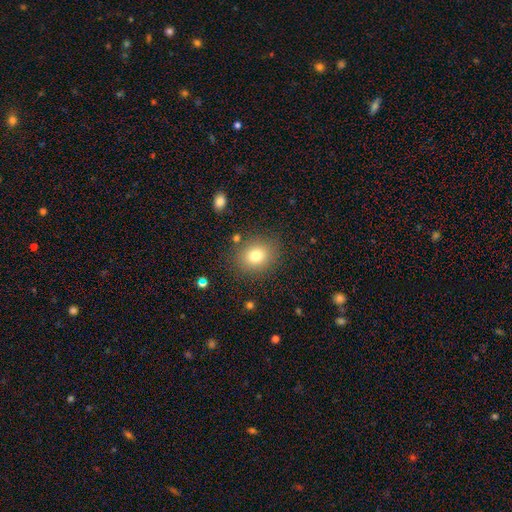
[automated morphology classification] This is likely a smooth galaxy (77%). How rounded: likely round (65%). Merging: clearly none (84%).